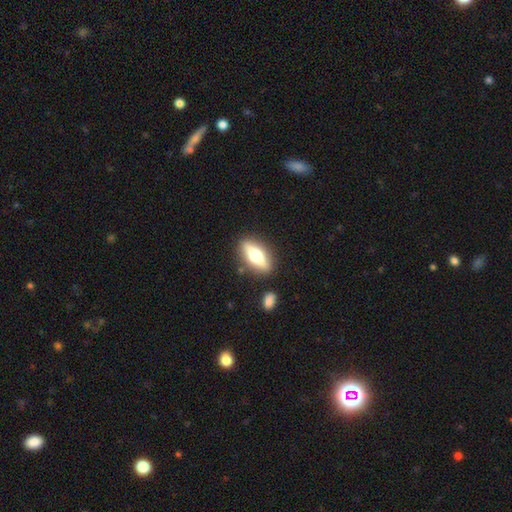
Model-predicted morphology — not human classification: The model was most divided on "smooth or featured": featured or disk: 53%, smooth: 40%, star or artifact: 7%. More confident: edge-on disk — yes (86%); merging — none (85%).